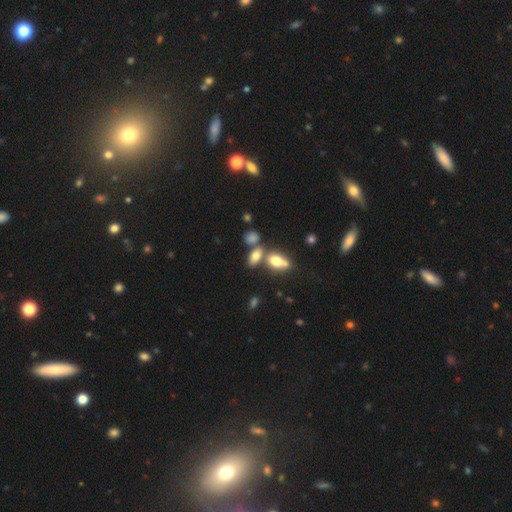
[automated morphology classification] Smooth or featured?
  - smooth: 71% *
  - featured or disk: 16%
  - star or artifact: 12%
How rounded?
  - in between: 81% *
  - round: 13%
  - cigar-shaped: 6%
Merging?
  - none: 45% *
  - merger: 36%
  - minor disturbance: 13%
  - major disturbance: 6%